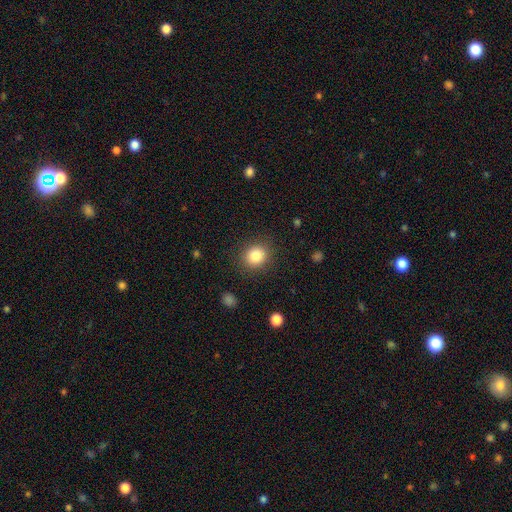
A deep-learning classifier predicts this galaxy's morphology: This is clearly a smooth galaxy (83%). How rounded: likely round (80%). Merging: clearly none (88%).